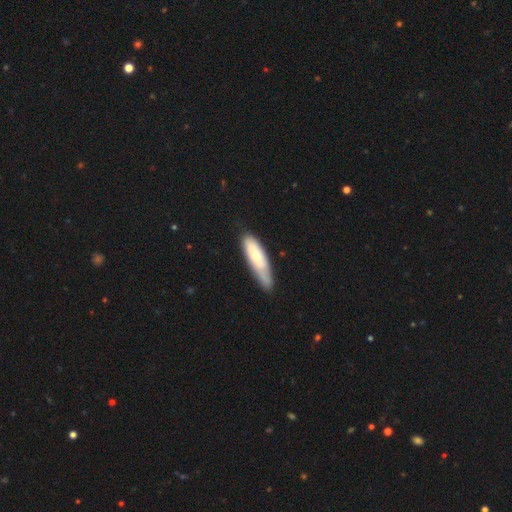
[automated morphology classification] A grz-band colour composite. It shows a smooth galaxy with no disk features (60%) that is cigar-shaped (63%). Merging: none (64%).